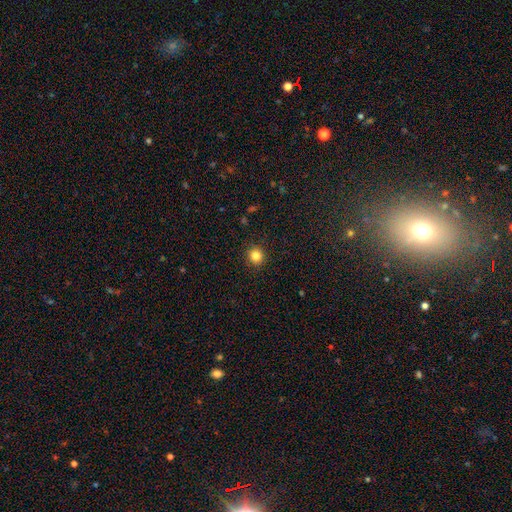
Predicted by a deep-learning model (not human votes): This appears to be a smooth galaxy with no disk features (84%) that is round (93%). Merging: none (91%).